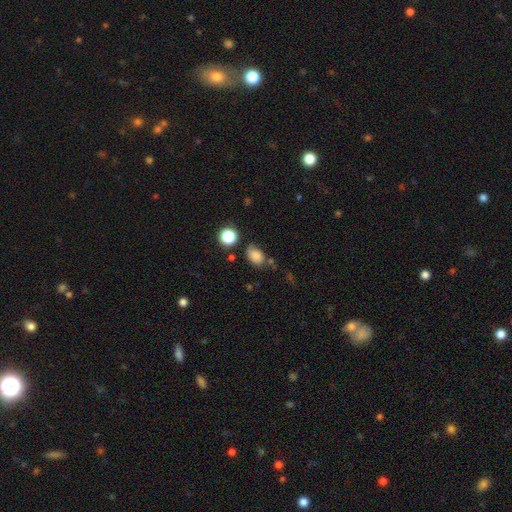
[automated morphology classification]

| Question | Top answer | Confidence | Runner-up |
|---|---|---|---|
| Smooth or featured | smooth | 78% | star or artifact (12%) |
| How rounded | in between | 75% | round (24%) |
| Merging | none | 61% | minor disturbance (25%) |